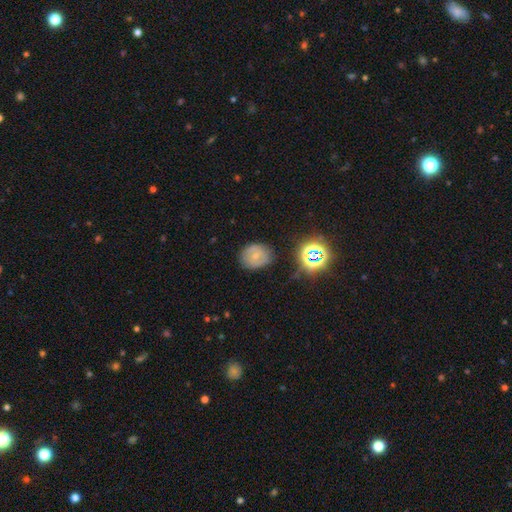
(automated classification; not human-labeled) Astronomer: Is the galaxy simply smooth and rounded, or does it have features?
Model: smooth — 47% (runner-up: featured or disk, 38%).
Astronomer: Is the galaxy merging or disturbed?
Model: none — 74%.